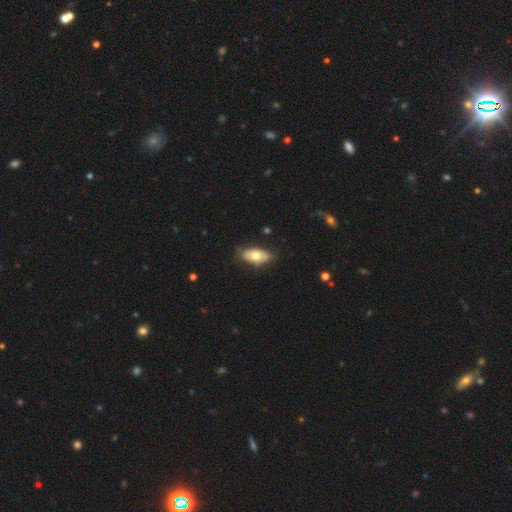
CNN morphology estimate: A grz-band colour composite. It shows a smooth galaxy with no disk features (62%) that is in between round and cigar-shaped (91%). Merging: none (76%).